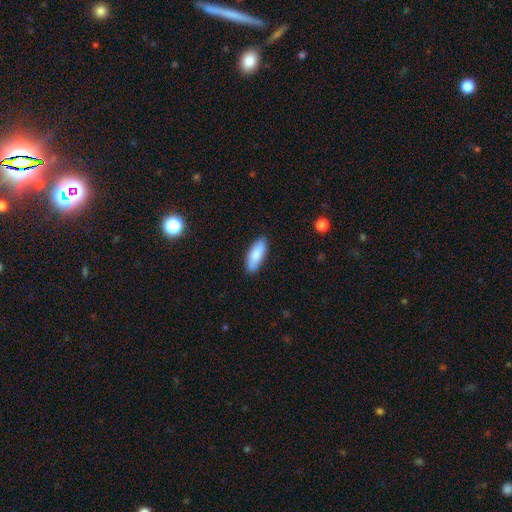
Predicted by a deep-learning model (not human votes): This appears to be a smooth galaxy with no disk features (83%) that is in between round and cigar-shaped (72%). Merging: none (87%).